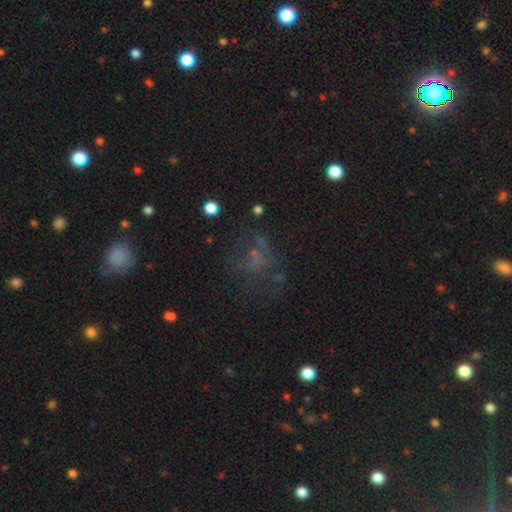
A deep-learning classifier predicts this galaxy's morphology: The model was most divided on "smooth or featured": star or artifact: 39%, smooth: 32%, featured or disk: 29%.